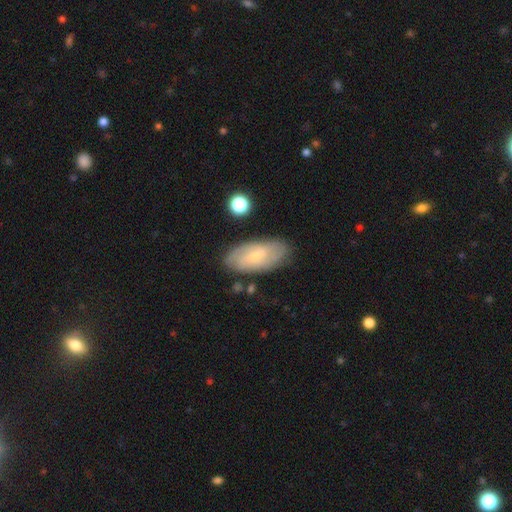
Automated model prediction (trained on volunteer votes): Smooth or featured: featured or disk — 60% (smooth — 32%)
Edge-on disk: no — 92% (yes — 8%)
Bar: no — 47% (weak — 43%)
Spiral arms: yes — 85% (no — 15%)
Bulge size: small — 74% (moderate — 20%)
Merging: none — 80% (minor disturbance — 14%)